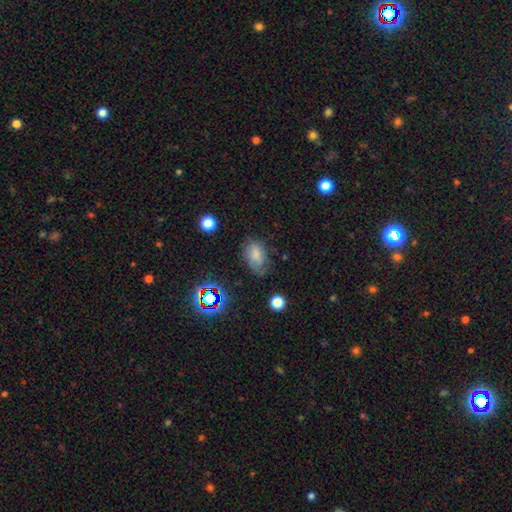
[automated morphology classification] The model was most divided on "merging": none: 56%, minor disturbance: 29%, major disturbance: 13%, merger: 2%. More confident: how rounded — in between (83%); smooth or featured — smooth (62%).